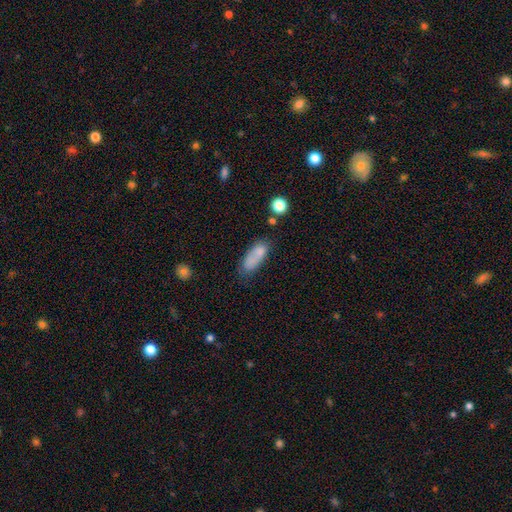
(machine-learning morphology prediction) smooth 76%, featured or disk 15%, star or artifact 10%. Down the decision tree: how rounded — in between (75%); merging — none (48%).